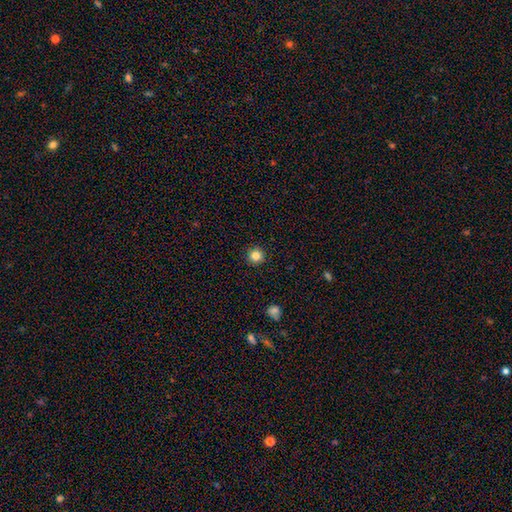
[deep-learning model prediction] The model was most divided on "smooth or featured": smooth: 83%, star or artifact: 12%, featured or disk: 5%. More confident: how rounded — round (96%); merging — none (93%).